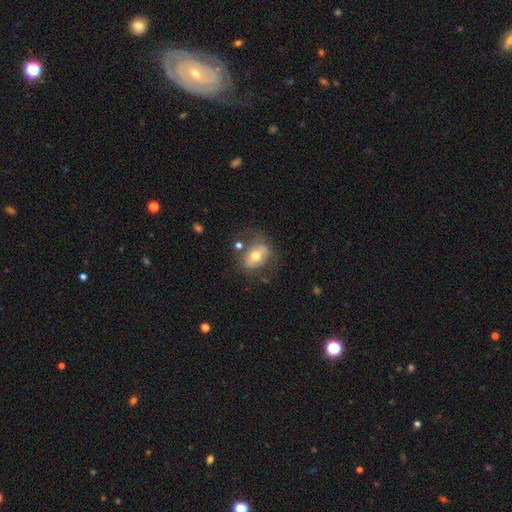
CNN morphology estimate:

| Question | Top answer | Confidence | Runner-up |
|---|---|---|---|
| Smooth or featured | smooth | 51% | featured or disk (41%) |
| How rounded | in between | 58% | round (41%) |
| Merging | none | 59% | minor disturbance (21%) |